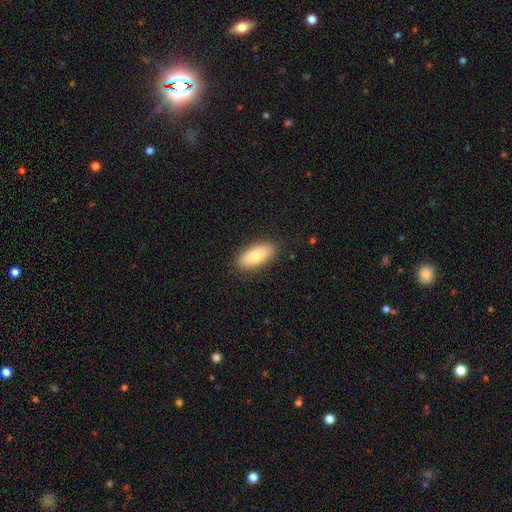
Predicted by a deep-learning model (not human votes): Q: Smooth or featured?
A: smooth (79%); runner-up: featured or disk (14%)
Q: How rounded?
A: in between (86%); runner-up: cigar-shaped (12%)
Q: Merging?
A: none (87%); runner-up: minor disturbance (9%)